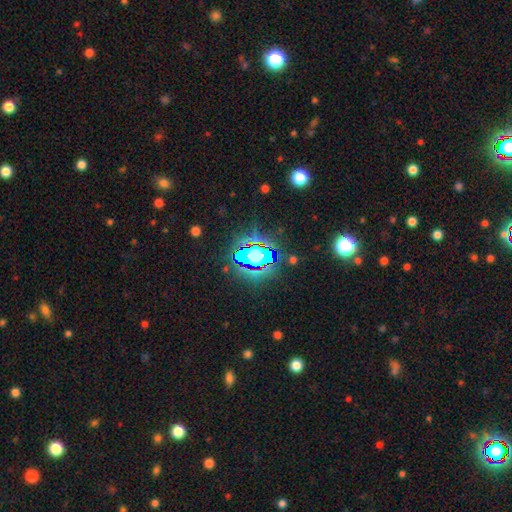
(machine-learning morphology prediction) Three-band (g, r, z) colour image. It shows a star or artifact, not a galaxy (76%).